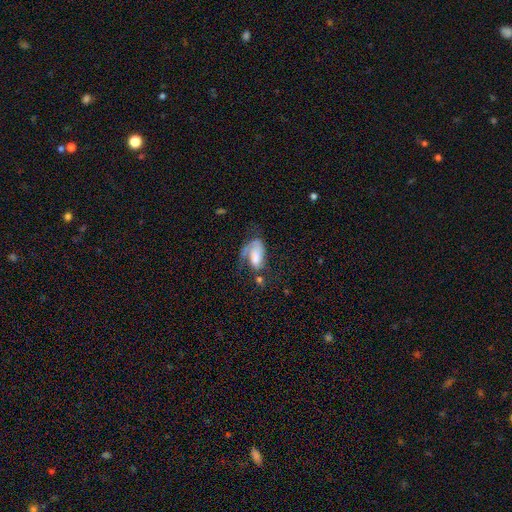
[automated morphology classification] type=featured or disk (50%); merging=major disturbance (42%).